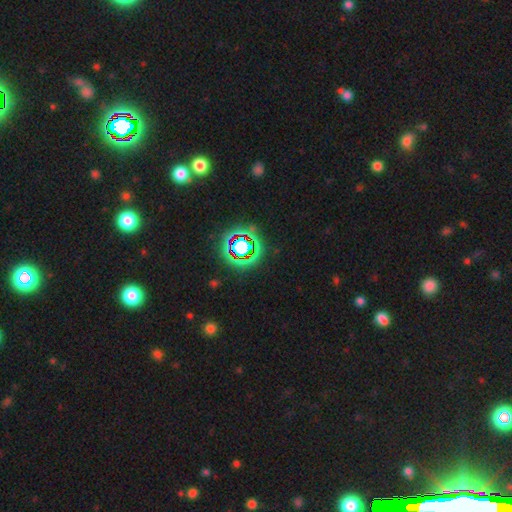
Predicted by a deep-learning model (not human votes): A star or artifact, not a galaxy (75%).